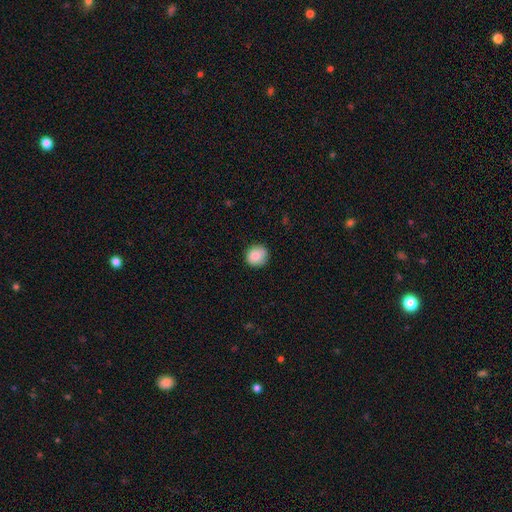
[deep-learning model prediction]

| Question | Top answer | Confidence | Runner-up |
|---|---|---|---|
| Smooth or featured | smooth | 85% | star or artifact (8%) |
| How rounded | round | 89% | in between (10%) |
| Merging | none | 85% | minor disturbance (12%) |